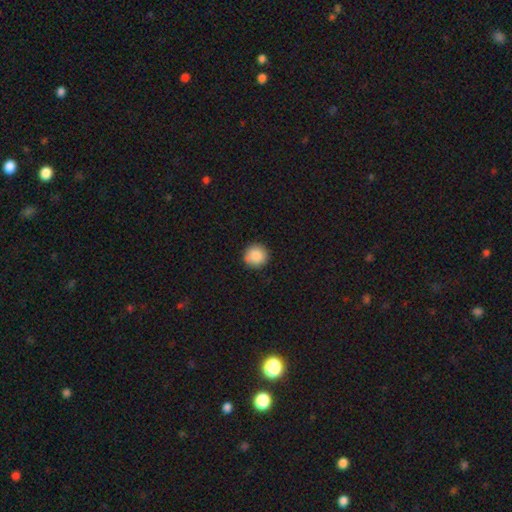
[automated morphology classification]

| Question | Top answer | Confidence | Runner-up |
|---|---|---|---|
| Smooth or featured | smooth | 88% | star or artifact (8%) |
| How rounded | round | 95% | in between (4%) |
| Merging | none | 90% | minor disturbance (7%) |